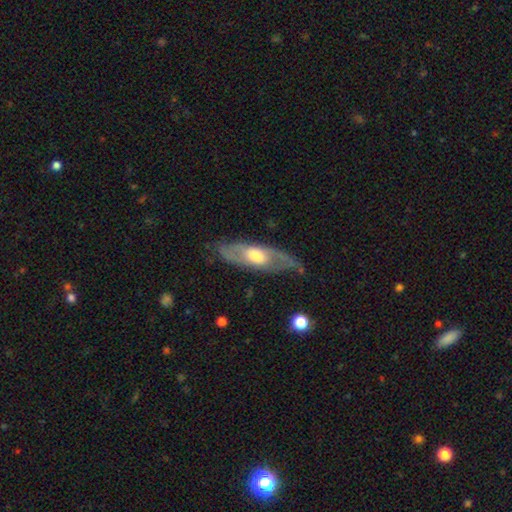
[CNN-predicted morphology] This appears to be a featured or disk galaxy (66%). Merging: none (69%).